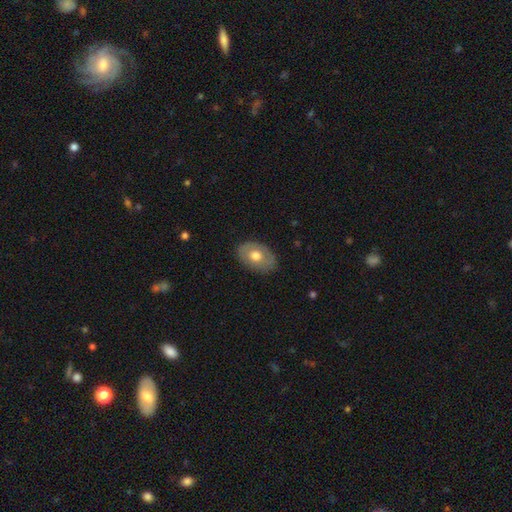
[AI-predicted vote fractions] This is possibly a smooth galaxy (59%). How rounded: clearly in between (82%). Merging: clearly none (82%).